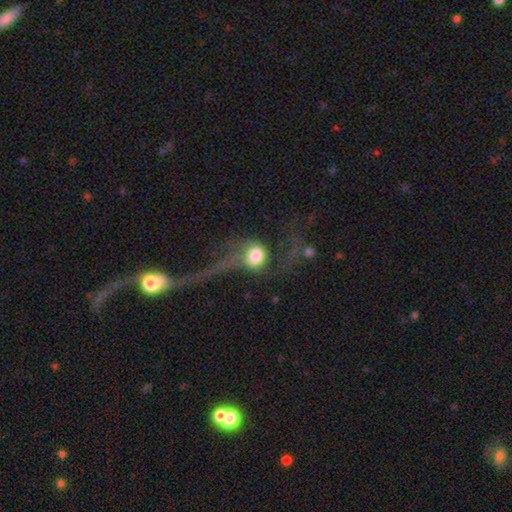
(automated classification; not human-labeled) Overall: smooth (53%; featured or disk 37%). How rounded: round (66%; in between 30%). Merging: major disturbance (46%; none 29%).